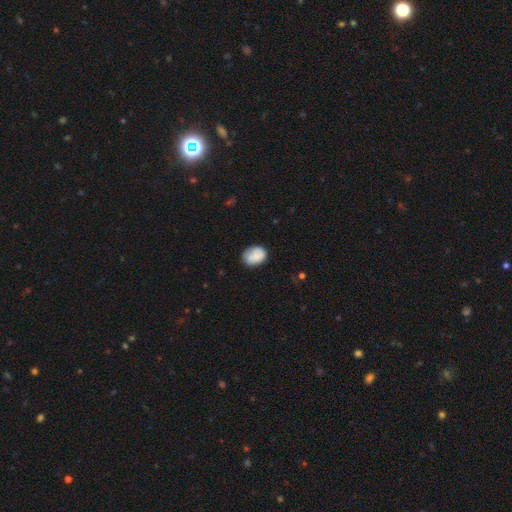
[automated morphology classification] Smooth or featured: smooth — 80% (featured or disk — 12%)
How rounded: in between — 66% (round — 33%)
Merging: none — 71% (minor disturbance — 22%)